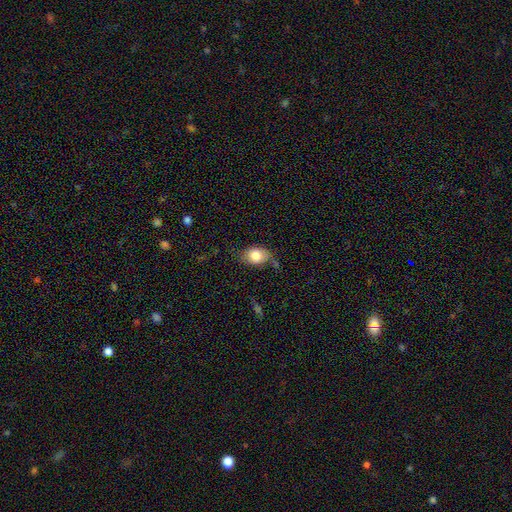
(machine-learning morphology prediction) A smooth galaxy with no disk features (80%) that is in between round and cigar-shaped (75%).

Vote fractions:
- Smooth or featured? smooth: 80% / featured or disk: 12% / star or artifact: 8%
- How rounded? in between: 75% / round: 24% / cigar-shaped: 1%
- Merging? none: 59% / minor disturbance: 27% / major disturbance: 9% / merger: 5%